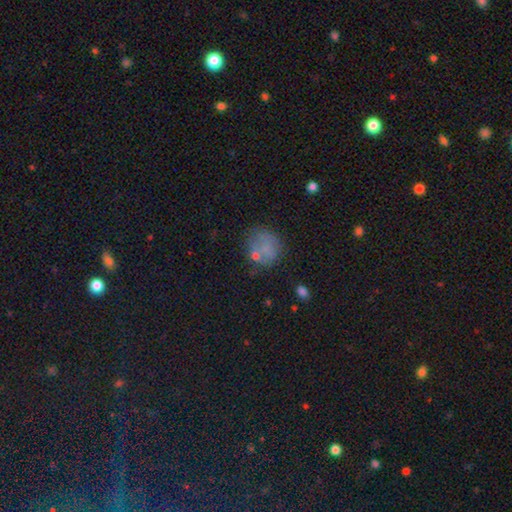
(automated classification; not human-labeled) star or artifact 43% (tied), smooth 43% (tied), featured or disk 14%.